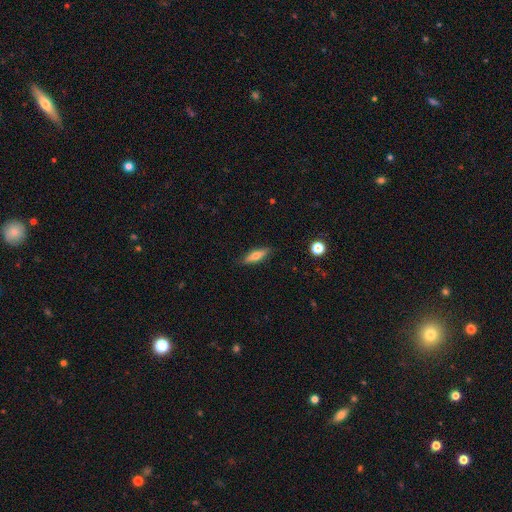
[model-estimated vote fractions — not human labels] Smooth or featured? Predicted: smooth (p=0.58). How rounded? Predicted: cigar-shaped (p=0.60). Merging? Predicted: none (p=0.85).